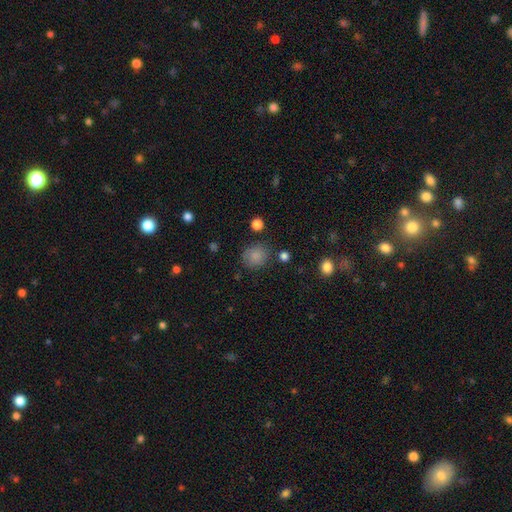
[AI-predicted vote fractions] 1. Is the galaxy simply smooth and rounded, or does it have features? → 83% smooth, 11% star or artifact, 6% featured or disk.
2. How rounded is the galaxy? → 74% round, 25% in between, 1% cigar-shaped.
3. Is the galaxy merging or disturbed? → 76% none, 15% minor disturbance, 5% major disturbance, 4% merger.